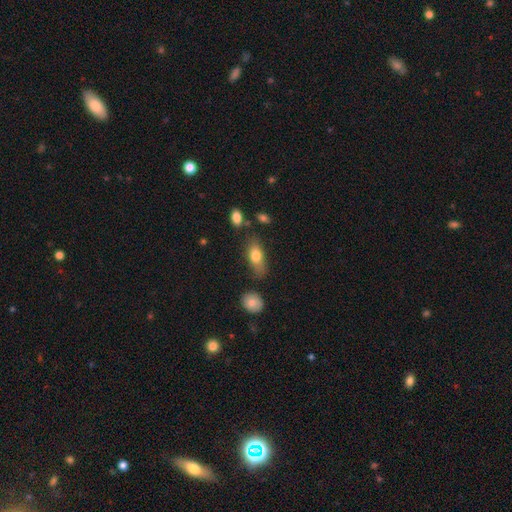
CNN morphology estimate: type=smooth (74%); roundness=in between (79%); merging=none (68%).